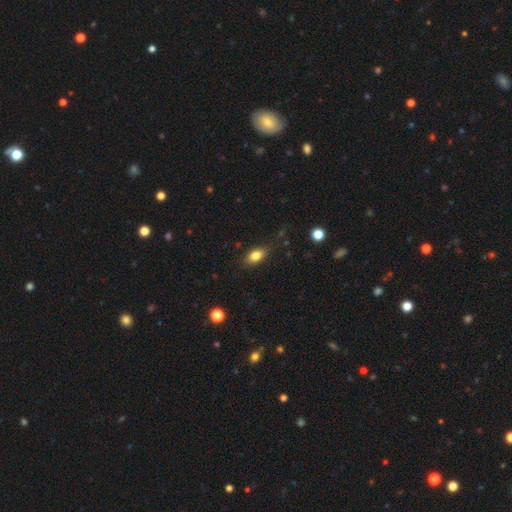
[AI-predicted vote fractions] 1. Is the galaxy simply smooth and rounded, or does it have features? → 83% smooth, 9% star or artifact, 8% featured or disk.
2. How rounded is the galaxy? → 85% in between, 12% round, 3% cigar-shaped.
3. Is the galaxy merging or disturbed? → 81% none, 14% minor disturbance, 4% major disturbance, 2% merger.